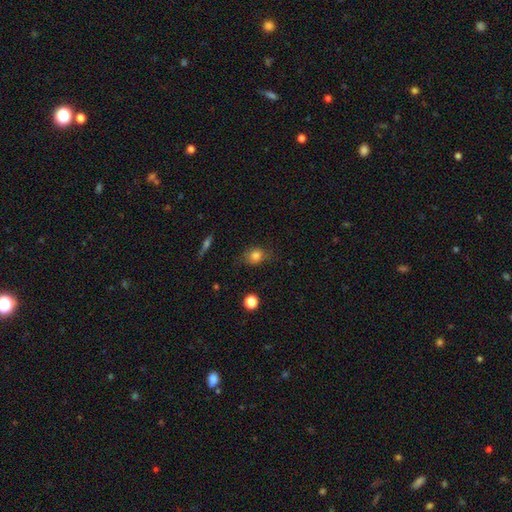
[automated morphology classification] Smooth or featured? smooth (80%)
How rounded? round (53%)
Merging? none (72%)